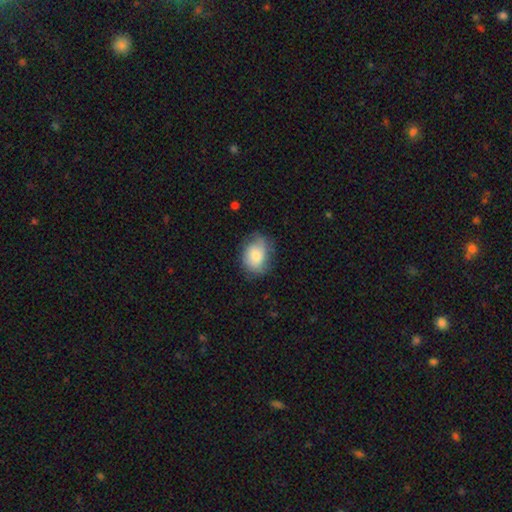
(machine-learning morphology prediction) smooth_or_featured: smooth (p=0.74) [alt: featured or disk p=0.19]
how_rounded: in between (p=0.65) [alt: round p=0.34]
merging: none (p=0.61) [alt: minor disturbance p=0.28]